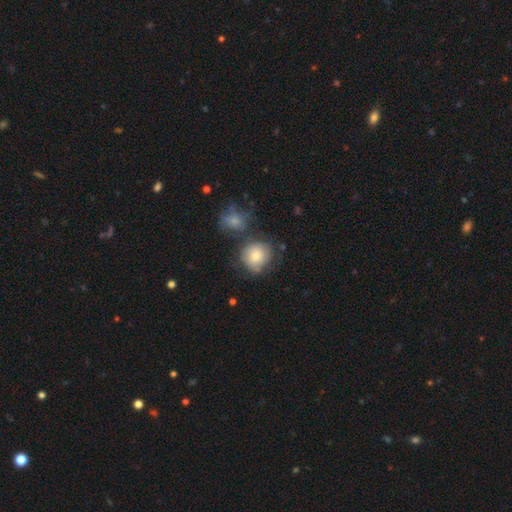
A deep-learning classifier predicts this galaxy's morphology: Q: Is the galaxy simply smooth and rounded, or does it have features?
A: smooth — 72%.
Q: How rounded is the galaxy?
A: round — 84%.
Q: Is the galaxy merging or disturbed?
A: none — 54%.